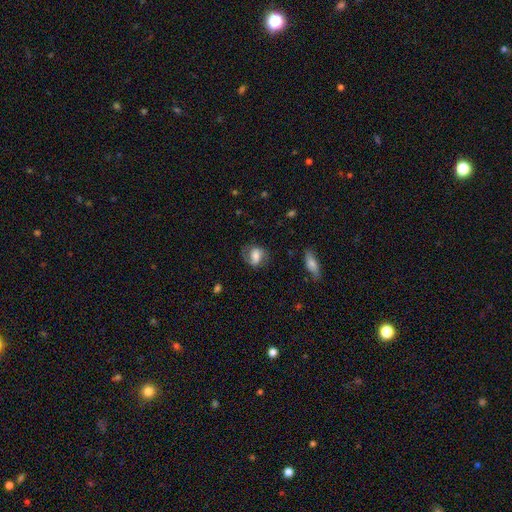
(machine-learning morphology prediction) A smooth galaxy with no disk features (51%) that is in between round and cigar-shaped (64%). Merging: none (61%).